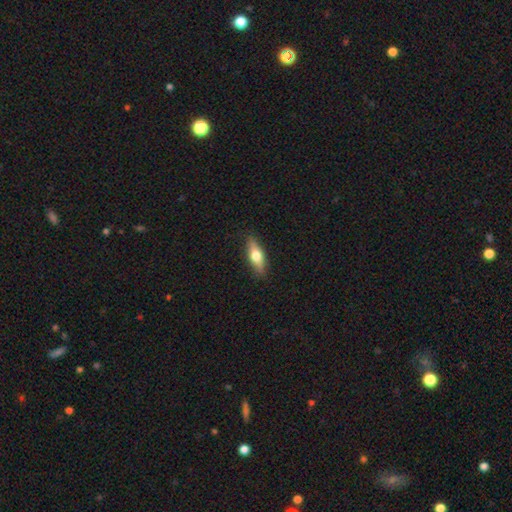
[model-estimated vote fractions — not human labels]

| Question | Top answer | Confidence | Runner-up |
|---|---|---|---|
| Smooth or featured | smooth | 53% | featured or disk (41%) |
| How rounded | in between | 52% | cigar-shaped (45%) |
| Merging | none | 88% | minor disturbance (9%) |